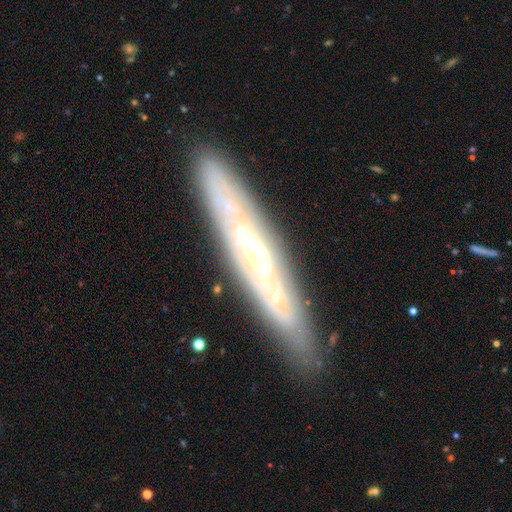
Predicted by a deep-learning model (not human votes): Smooth or featured?
  - featured or disk: 77% *
  - smooth: 17%
  - star or artifact: 6%
Edge-on disk?
  - yes: 58% *
  - no: 42%
Merging?
  - none: 83% *
  - minor disturbance: 12%
  - major disturbance: 3%
  - merger: 2%